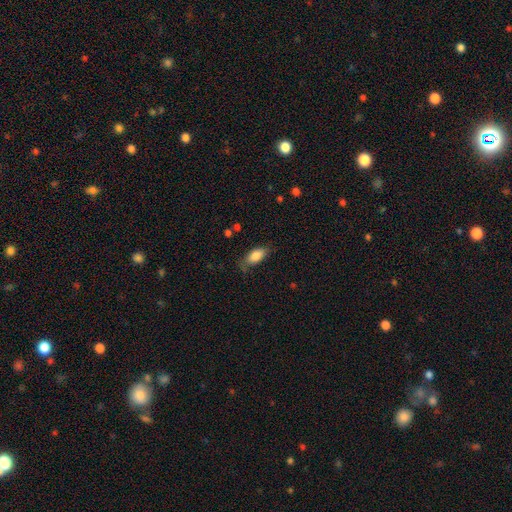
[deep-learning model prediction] A smooth galaxy with no disk features (83%) that is in between round and cigar-shaped (87%). Merging: none (67%).